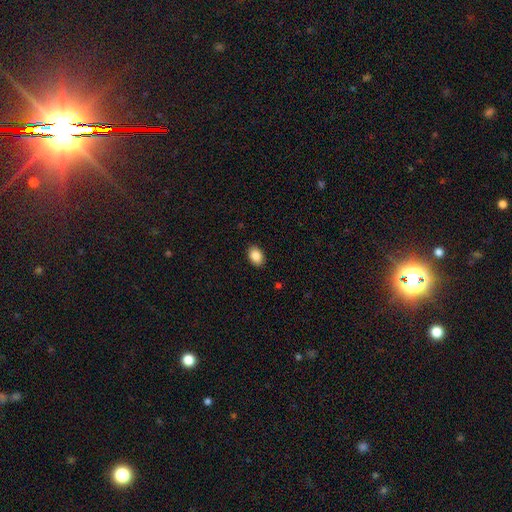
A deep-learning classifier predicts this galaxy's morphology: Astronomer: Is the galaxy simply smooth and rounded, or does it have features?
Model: smooth — 87%.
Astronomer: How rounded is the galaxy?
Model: in between — 83%.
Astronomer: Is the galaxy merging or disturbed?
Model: none — 90%.